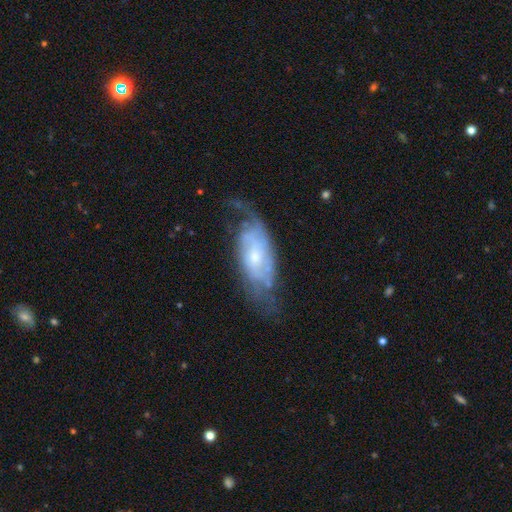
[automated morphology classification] Smooth or featured? Predicted: featured or disk (p=0.71). Edge-on disk? Predicted: no (p=0.89). Bar? Predicted: no (p=0.69). Spiral arms? Predicted: yes (p=0.80). Spiral winding? Predicted: tight (p=0.44). Spiral arm count? Predicted: can't tell (p=0.48). Bulge size? Predicted: small (p=0.59). Merging? Predicted: none (p=0.50).